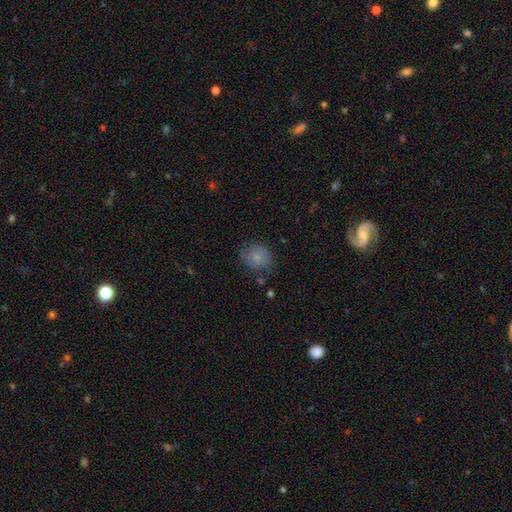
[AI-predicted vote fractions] A smooth galaxy with no disk features (66%) that is round (72%). Merging: none (69%).